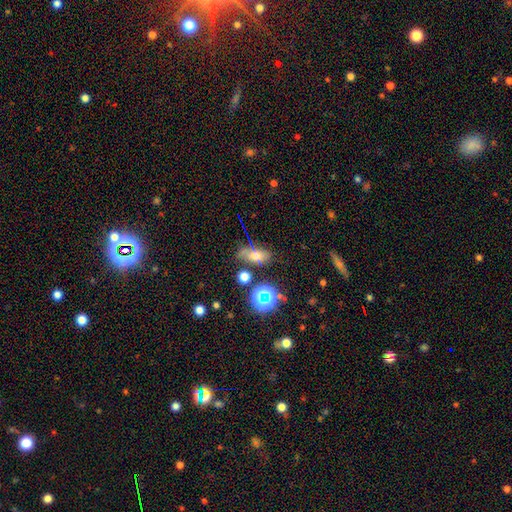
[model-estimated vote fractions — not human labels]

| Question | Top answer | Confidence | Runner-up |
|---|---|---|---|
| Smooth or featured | smooth | 58% | star or artifact (22%) |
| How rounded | in between | 76% | round (15%) |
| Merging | none | 62% | minor disturbance (22%) |